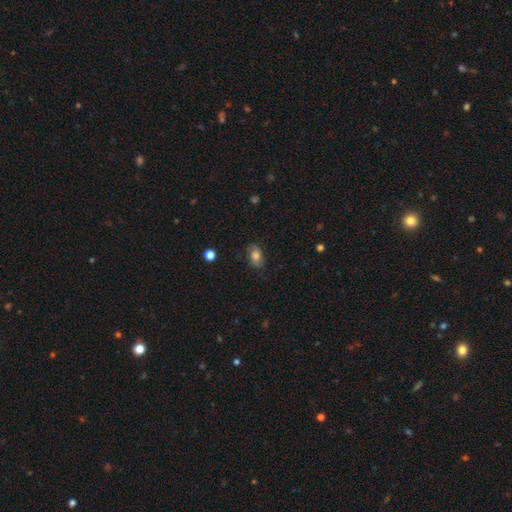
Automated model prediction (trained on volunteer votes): Smooth or featured? smooth (76%)
How rounded? in between (86%)
Merging? none (80%)